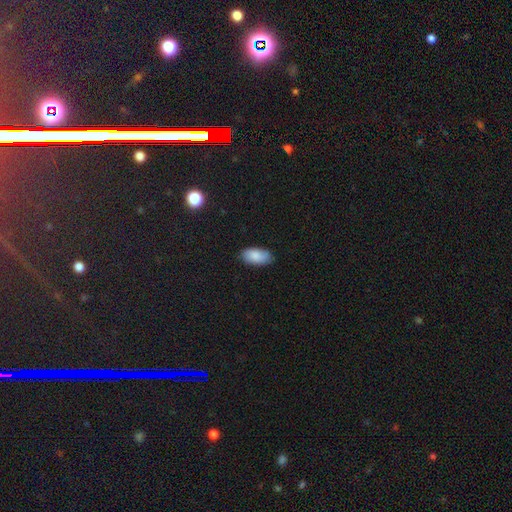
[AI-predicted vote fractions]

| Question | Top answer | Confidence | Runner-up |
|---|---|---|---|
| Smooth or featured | smooth | 87% | featured or disk (7%) |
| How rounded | in between | 94% | cigar-shaped (3%) |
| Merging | none | 83% | minor disturbance (13%) |